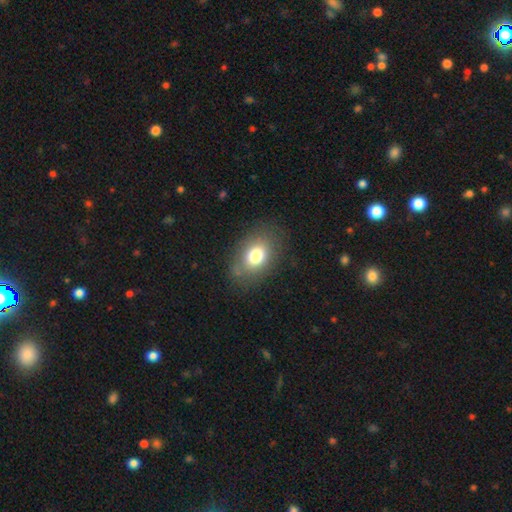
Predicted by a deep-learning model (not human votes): A smooth galaxy with no disk features (75%) that is in between round and cigar-shaped (75%). Merging: none (78%).